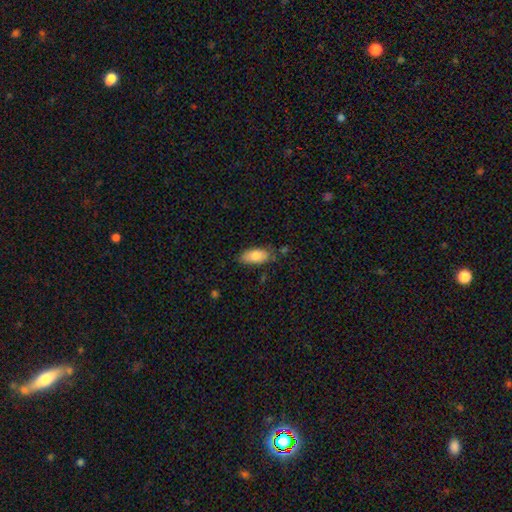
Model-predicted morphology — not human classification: smooth 79%, featured or disk 15%, star or artifact 7%. Down the decision tree: how rounded — in between (88%); merging — none (75%).